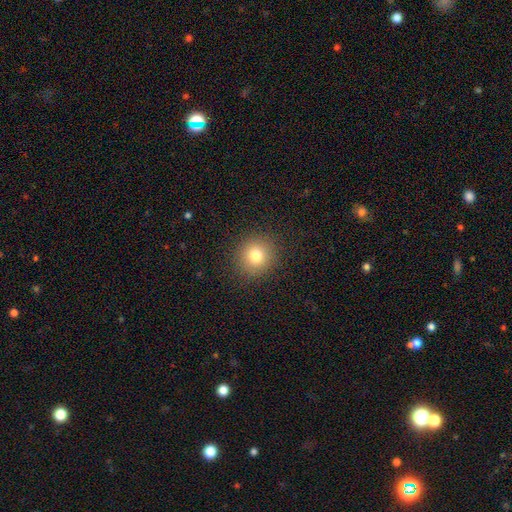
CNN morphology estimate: Smooth or featured?
  - smooth: 77% *
  - star or artifact: 14%
  - featured or disk: 9%
How rounded?
  - round: 89% *
  - in between: 10%
  - cigar-shaped: 1%
Merging?
  - none: 90% *
  - minor disturbance: 7%
  - major disturbance: 3%
  - merger: 1%